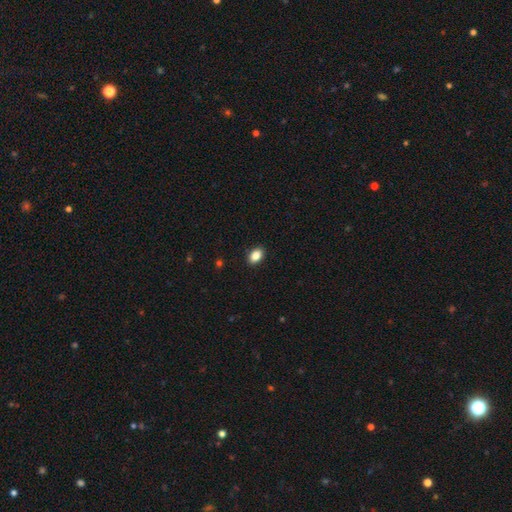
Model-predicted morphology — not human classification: Q: Smooth or featured?
A: smooth (85%); runner-up: star or artifact (9%)
Q: How rounded?
A: in between (83%); runner-up: round (15%)
Q: Merging?
A: none (90%); runner-up: minor disturbance (7%)